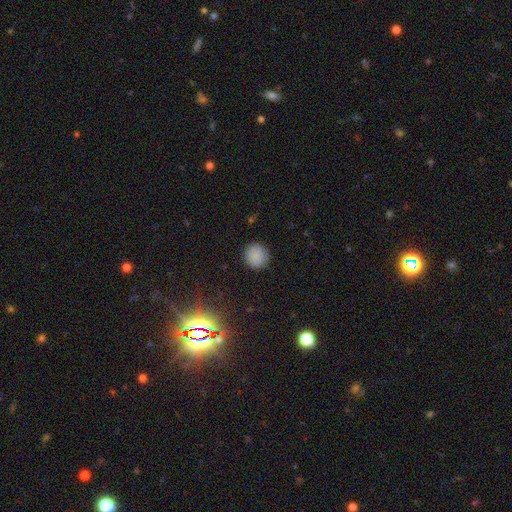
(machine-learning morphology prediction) Q: Smooth or featured?
A: smooth (86%); runner-up: star or artifact (10%)
Q: How rounded?
A: round (93%); runner-up: in between (6%)
Q: Merging?
A: none (90%); runner-up: minor disturbance (7%)